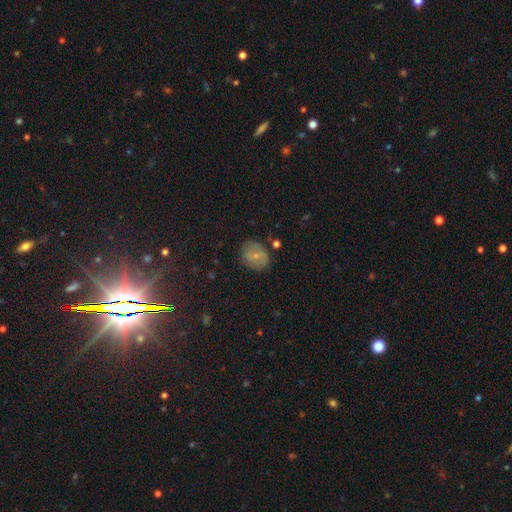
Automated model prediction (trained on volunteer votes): This appears to be a smooth galaxy with no disk features (64%) that is round (55%). Merging: none (74%).